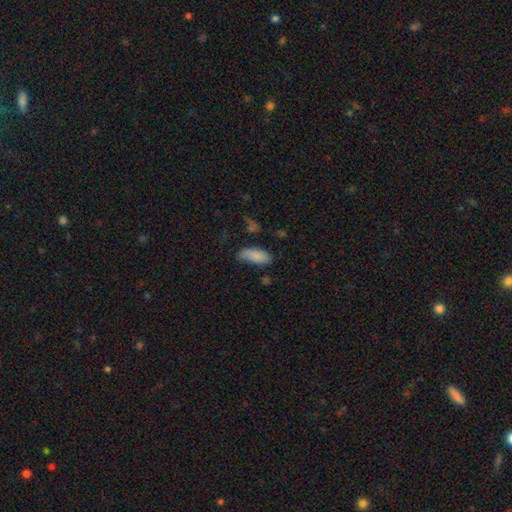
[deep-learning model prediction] Smooth or featured: smooth — 84% (featured or disk — 8%)
How rounded: in between — 84% (cigar-shaped — 14%)
Merging: none — 63% (minor disturbance — 26%)